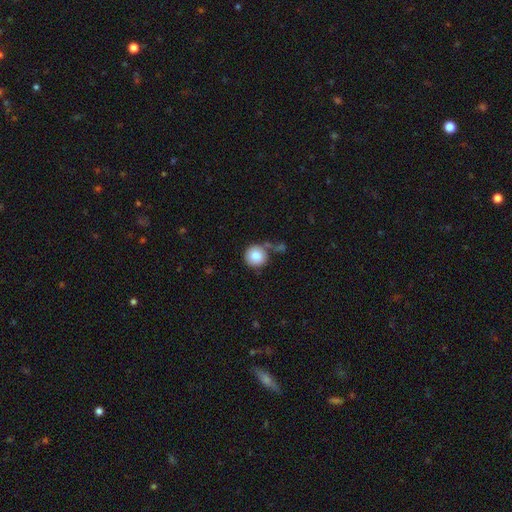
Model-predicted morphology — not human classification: A smooth galaxy with no disk features (83%) that is round (94%). Merging: none (67%).